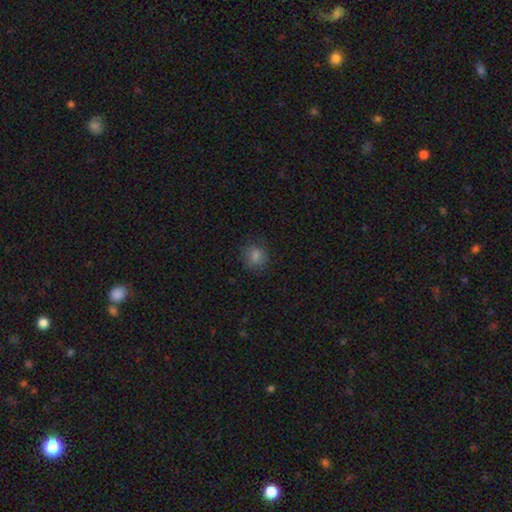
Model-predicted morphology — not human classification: smooth_or_featured: smooth (p=0.77) [alt: star or artifact p=0.15]
how_rounded: round (p=0.83) [alt: in between p=0.16]
merging: none (p=0.83) [alt: minor disturbance p=0.13]